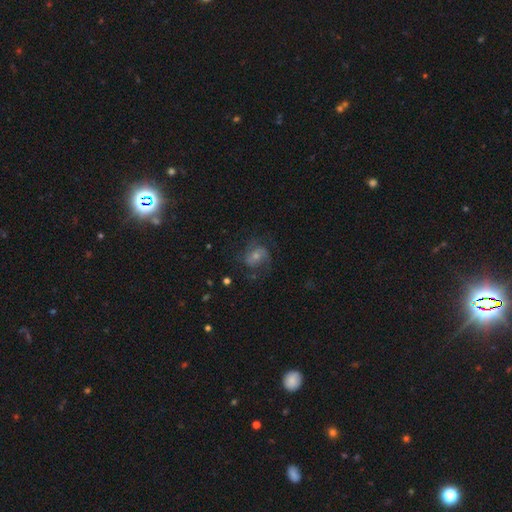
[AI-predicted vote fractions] This is possibly a featured or disk galaxy (58%). It is clearly not viewed edge-on (97%). Bar: likely no (62%). Spiral arm pattern: clearly yes (84%). Central bulge: possibly moderate (47%). Merging: possibly none (59%).